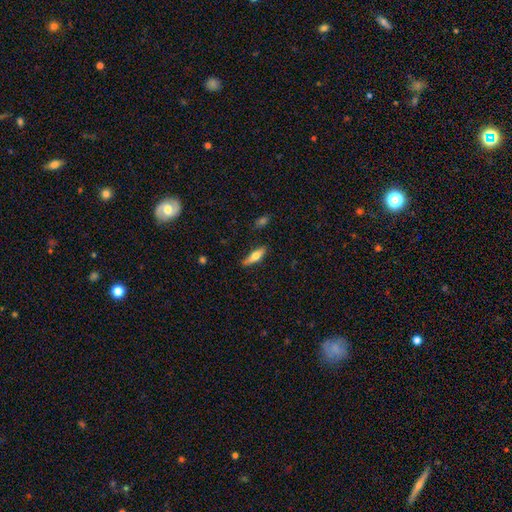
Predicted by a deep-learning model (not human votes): Morphology: type=smooth (55%); roundness=cigar-shaped (61%); merging=none (85%).